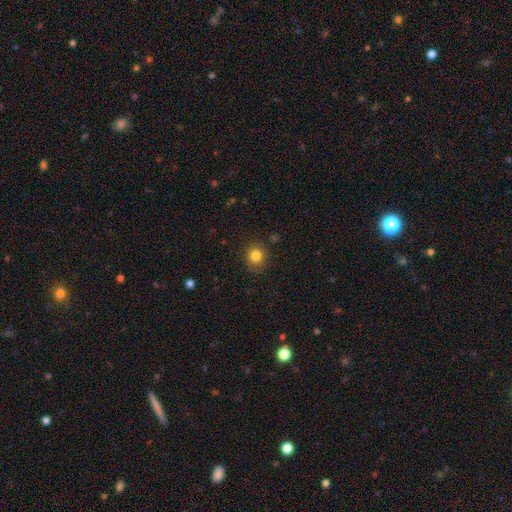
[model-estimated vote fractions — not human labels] Smooth or featured? Predicted: smooth (p=0.82). How rounded? Predicted: round (p=0.84). Merging? Predicted: none (p=0.87).